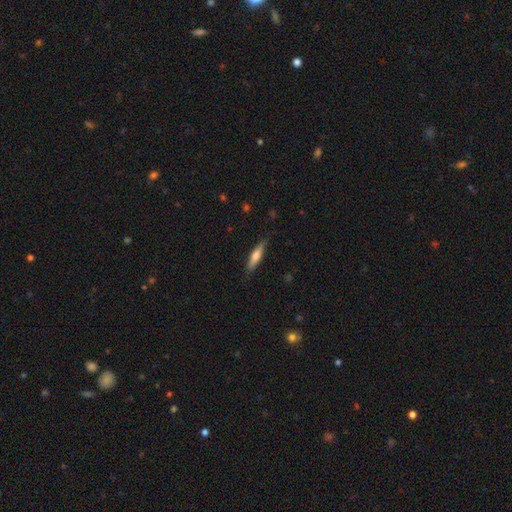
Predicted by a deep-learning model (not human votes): A smooth galaxy with no disk features (59%) that is cigar-shaped (78%).

Vote fractions:
- Smooth or featured? smooth: 59% / featured or disk: 35% / star or artifact: 6%
- How rounded? cigar-shaped: 78% / in between: 20% / round: 2%
- Merging? none: 84% / minor disturbance: 12% / major disturbance: 2% / merger: 1%